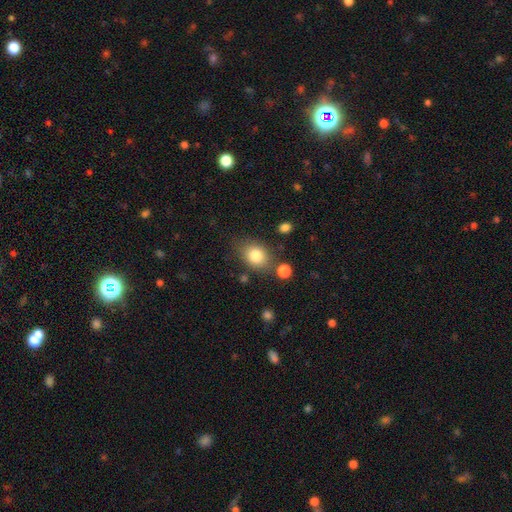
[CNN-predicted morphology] Smooth or featured? Predicted: smooth (p=0.81). How rounded? Predicted: in between (p=0.60). Merging? Predicted: none (p=0.73).